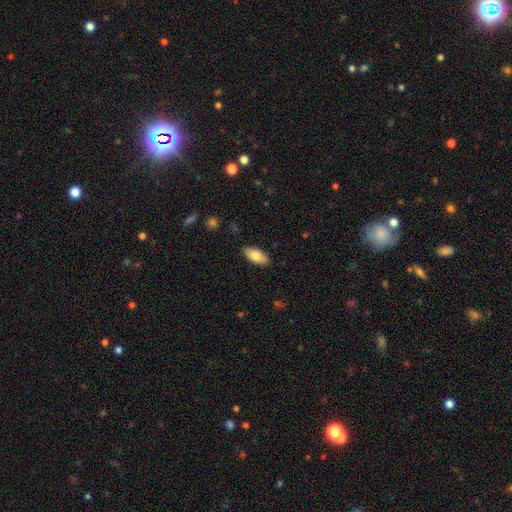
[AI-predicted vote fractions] Smooth or featured: smooth — 82% (featured or disk — 12%)
How rounded: in between — 90% (cigar-shaped — 8%)
Merging: none — 87% (minor disturbance — 10%)